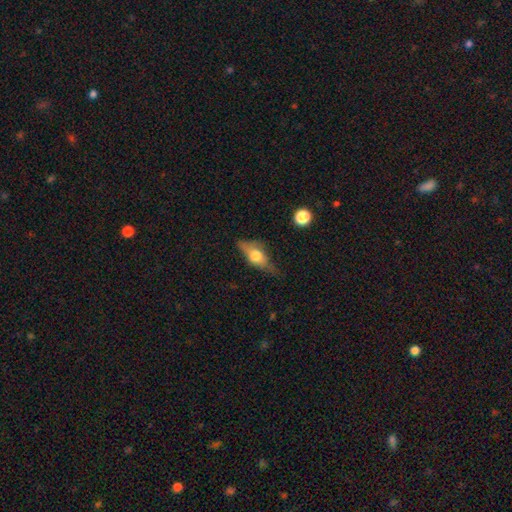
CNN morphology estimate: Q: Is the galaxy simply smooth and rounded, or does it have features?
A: smooth — 48%.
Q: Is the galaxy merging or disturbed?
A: none — 54%.